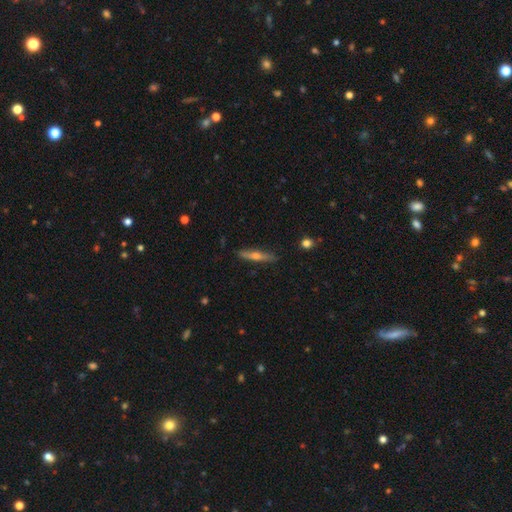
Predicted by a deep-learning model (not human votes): featured or disk 53%, smooth 40%, star or artifact 7%. Down the decision tree: edge-on disk — yes (94%); edge-on bulge — rounded (84%); merging — none (88%).